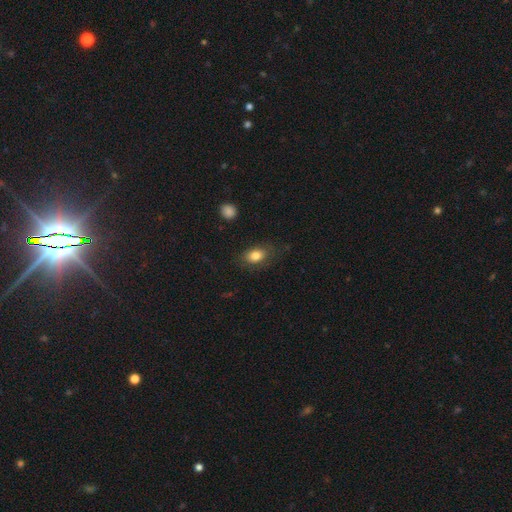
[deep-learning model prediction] smooth 82%, featured or disk 10%, star or artifact 8%. Down the decision tree: how rounded — in between (82%); merging — none (78%).